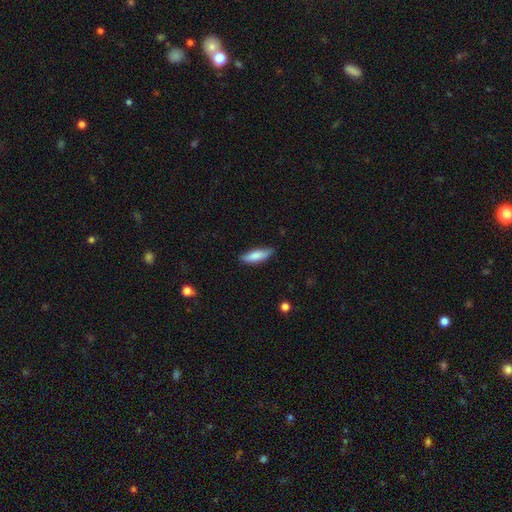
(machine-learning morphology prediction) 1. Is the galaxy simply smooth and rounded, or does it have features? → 80% smooth, 14% featured or disk, 6% star or artifact.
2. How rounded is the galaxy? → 53% cigar-shaped, 46% in between, 2% round.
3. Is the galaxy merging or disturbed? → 75% none, 20% minor disturbance, 3% major disturbance, 1% merger.